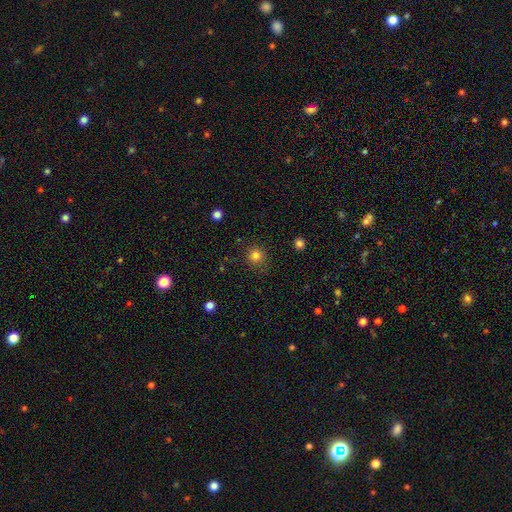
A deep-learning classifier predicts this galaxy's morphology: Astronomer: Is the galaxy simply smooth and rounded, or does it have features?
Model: smooth — 81%.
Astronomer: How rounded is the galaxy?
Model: round — 90%.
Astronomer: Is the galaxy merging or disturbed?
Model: none — 84%.